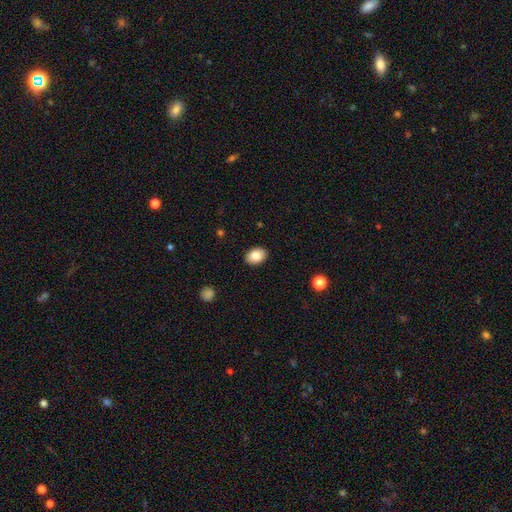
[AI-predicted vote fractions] Smooth or featured? smooth (85%)
How rounded? in between (79%)
Merging? none (88%)